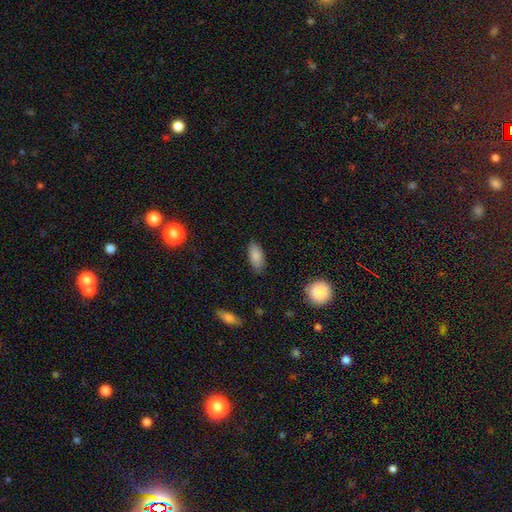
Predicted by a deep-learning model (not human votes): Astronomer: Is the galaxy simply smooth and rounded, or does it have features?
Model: smooth — 86%.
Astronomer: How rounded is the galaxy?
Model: in between — 88%.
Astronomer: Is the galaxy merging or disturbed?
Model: none — 84%.